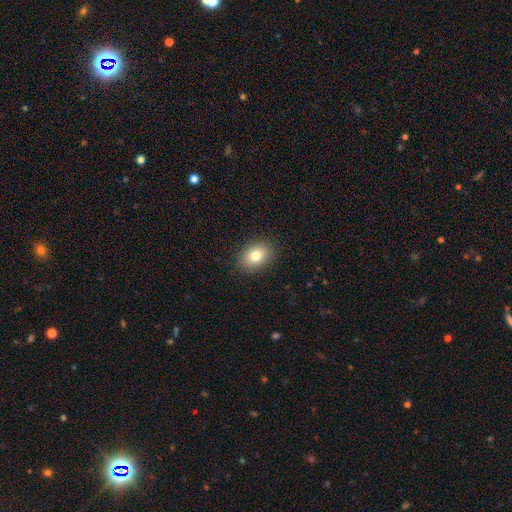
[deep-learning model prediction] This appears to be a smooth galaxy with no disk features (80%) that is in between round and cigar-shaped (76%). Merging: none (89%).